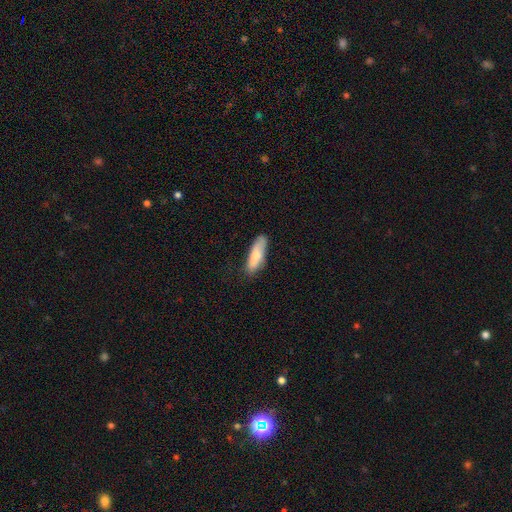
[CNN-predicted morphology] smooth_or_featured: smooth (p=0.79) [alt: featured or disk p=0.15]
how_rounded: cigar-shaped (p=0.53) [alt: in between p=0.45]
merging: none (p=0.73) [alt: minor disturbance p=0.21]